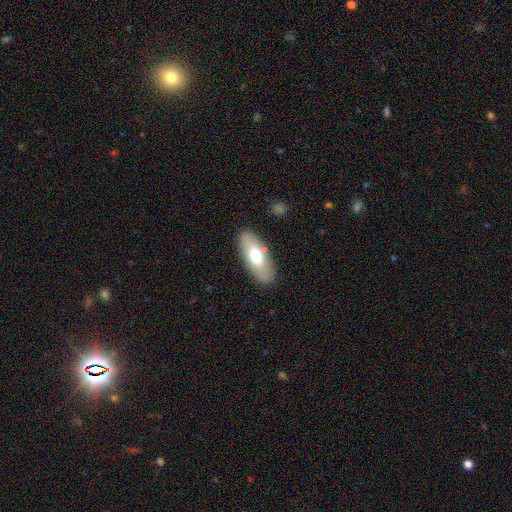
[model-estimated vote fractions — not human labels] This is likely a smooth galaxy (64%). How rounded: clearly in between (82%). Merging: clearly none (86%).